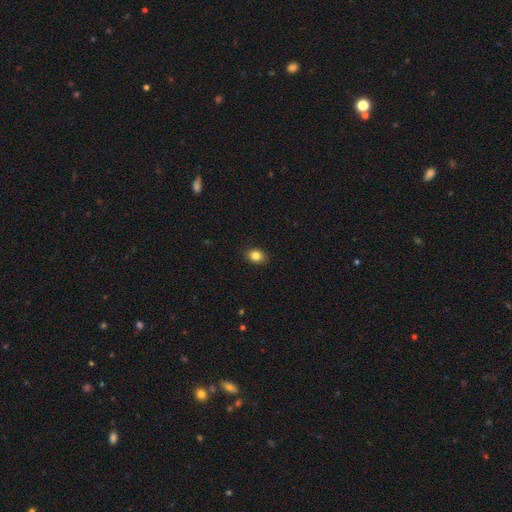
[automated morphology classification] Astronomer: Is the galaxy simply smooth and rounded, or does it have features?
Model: smooth — 84%.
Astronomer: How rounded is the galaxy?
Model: in between — 60% (runner-up: round, 39%).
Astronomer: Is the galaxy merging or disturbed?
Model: none — 89%.